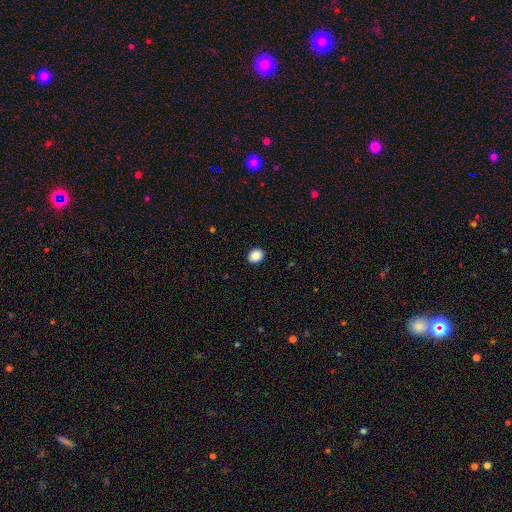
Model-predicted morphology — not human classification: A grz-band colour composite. It shows a smooth galaxy with no disk features (88%) that is round (56%). Merging: none (91%).